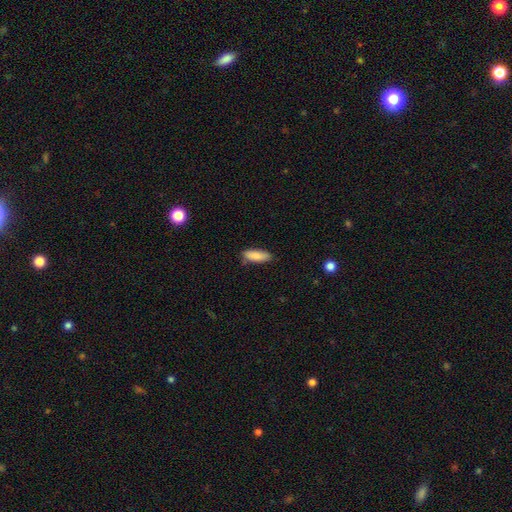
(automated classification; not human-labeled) Smooth or featured? Predicted: smooth (p=0.85). How rounded? Predicted: in between (p=0.67). Merging? Predicted: none (p=0.79).